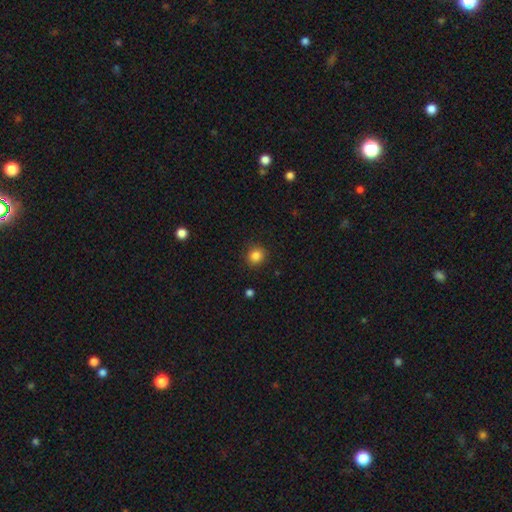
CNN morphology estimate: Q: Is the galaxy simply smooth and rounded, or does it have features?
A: smooth — 85%.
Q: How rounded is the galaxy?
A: round — 90%.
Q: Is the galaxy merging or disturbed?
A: none — 90%.